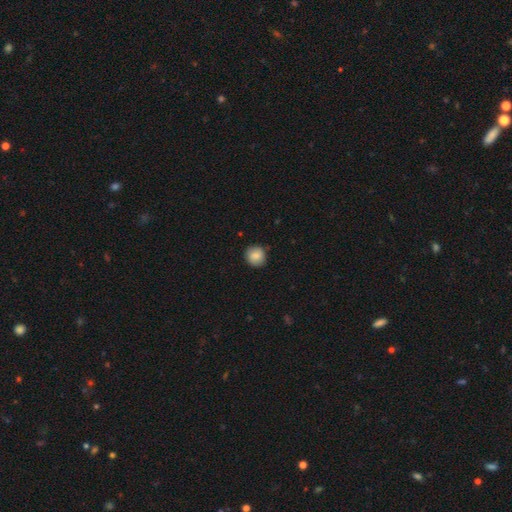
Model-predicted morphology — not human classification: Smooth or featured? smooth (86%)
How rounded? round (88%)
Merging? none (85%)